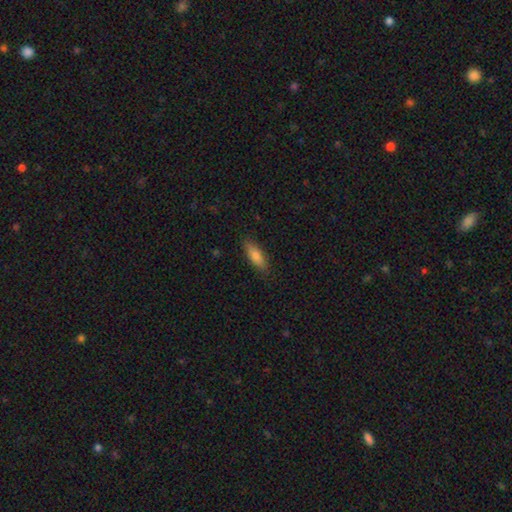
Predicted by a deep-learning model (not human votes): smooth 79%, featured or disk 15%, star or artifact 7%. Down the decision tree: how rounded — in between (60%); merging — none (85%).